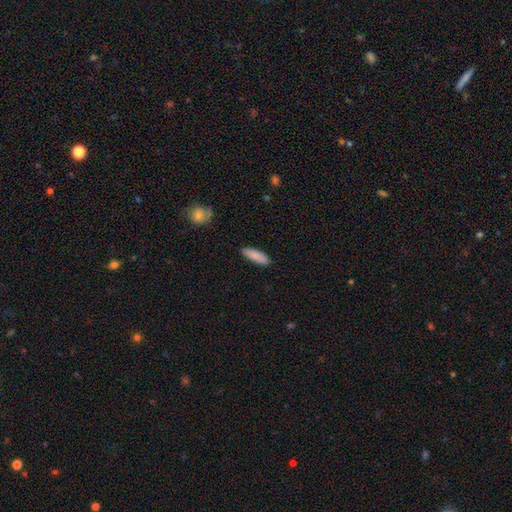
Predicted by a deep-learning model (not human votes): Smooth or featured? Predicted: smooth (p=0.86). How rounded? Predicted: cigar-shaped (p=0.50). Merging? Predicted: none (p=0.86).